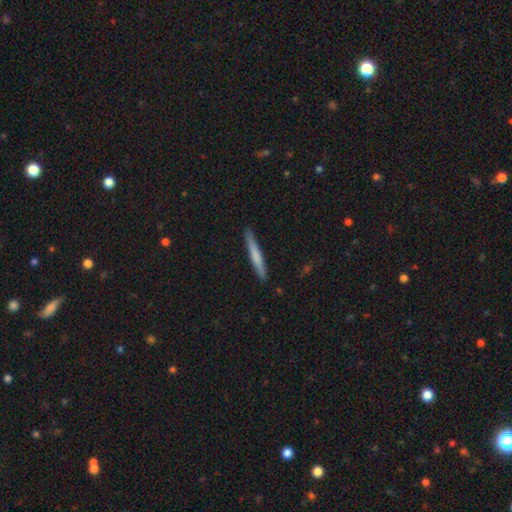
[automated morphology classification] smooth-or-featured: smooth: 67% | featured or disk: 28% | star or artifact: 5%
  how-rounded: cigar-shaped: 96% | in between: 3% | round: 1%
  merging: none: 90% | minor disturbance: 7% | major disturbance: 1% | merger: 1%